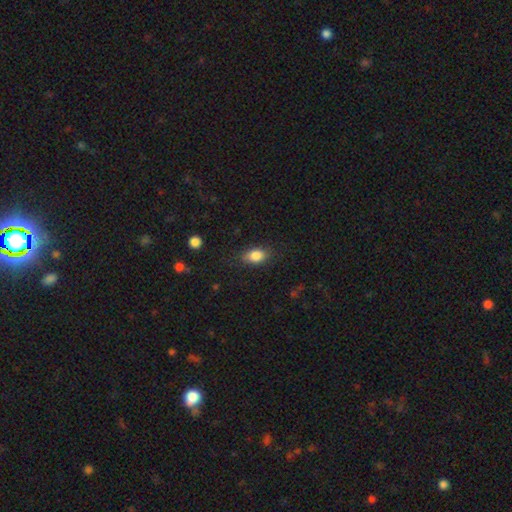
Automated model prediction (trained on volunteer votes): Smooth or featured? smooth (85%)
How rounded? in between (82%)
Merging? none (81%)